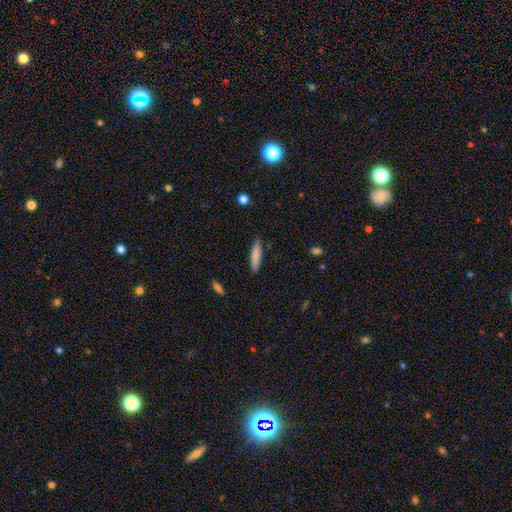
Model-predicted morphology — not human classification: Smooth or featured?
  - smooth: 82% *
  - featured or disk: 12%
  - star or artifact: 6%
How rounded?
  - cigar-shaped: 80% *
  - in between: 19%
  - round: 1%
Merging?
  - none: 87% *
  - minor disturbance: 10%
  - major disturbance: 2%
  - merger: 1%